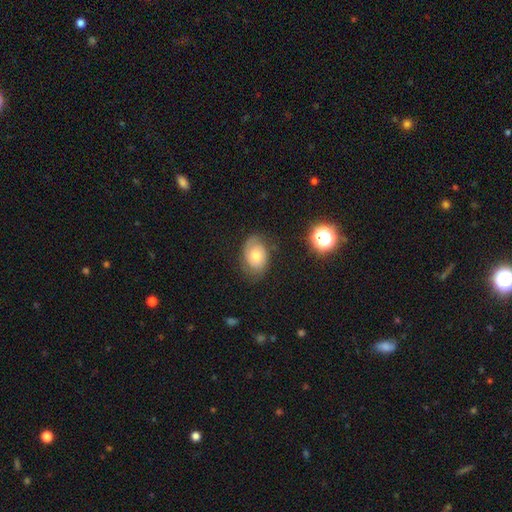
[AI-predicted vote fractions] Overall: featured or disk (49%; smooth 40%). Merging: none (69%).